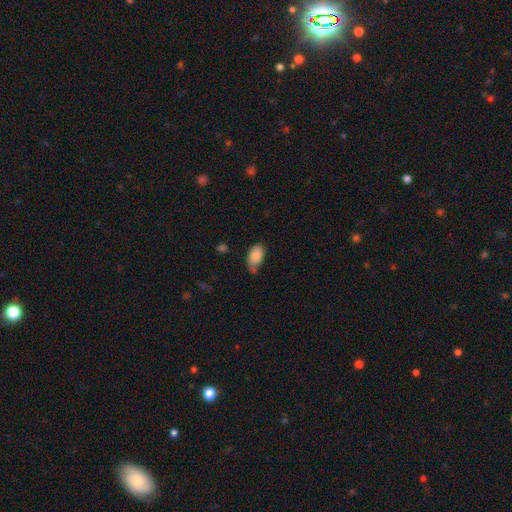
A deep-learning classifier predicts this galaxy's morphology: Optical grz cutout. It shows a smooth galaxy with no disk features (83%) that is in between round and cigar-shaped (94%). Merging: none (54%).